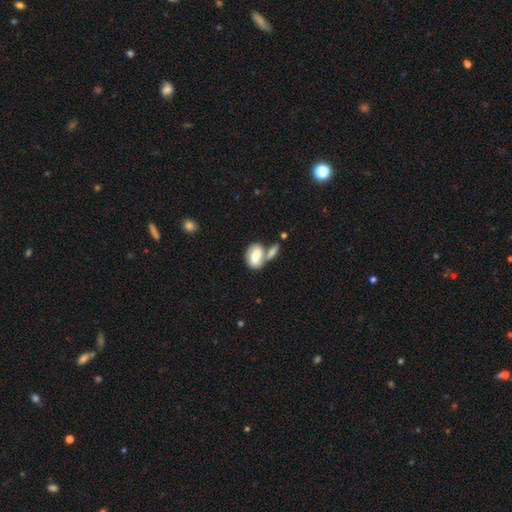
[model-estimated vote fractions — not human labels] Morphology: type=smooth (66%); roundness=in between (83%); merging=merger (54%).